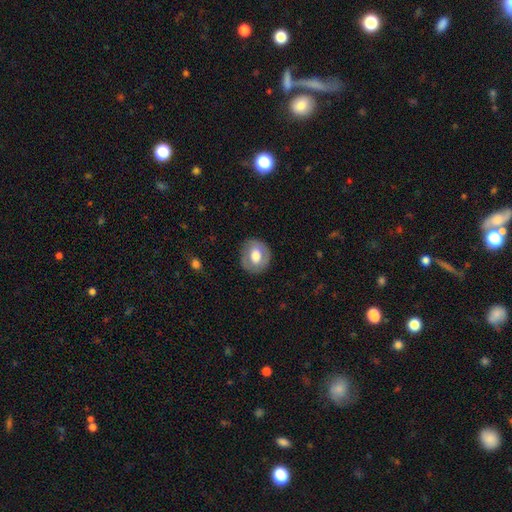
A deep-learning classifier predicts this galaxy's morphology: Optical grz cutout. It shows a smooth galaxy with no disk features (60%) that is round (73%). Merging: none (83%).